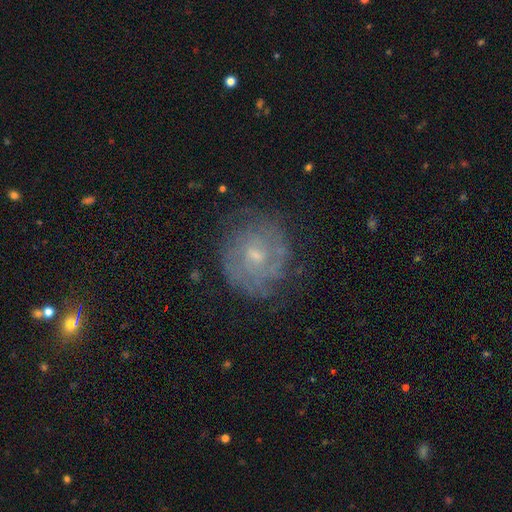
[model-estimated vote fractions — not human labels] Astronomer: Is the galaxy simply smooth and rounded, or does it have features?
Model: featured or disk — 69%.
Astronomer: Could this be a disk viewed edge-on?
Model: no — 97%.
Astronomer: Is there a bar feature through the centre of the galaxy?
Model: no — 62%.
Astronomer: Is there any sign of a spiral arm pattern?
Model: yes — 84%.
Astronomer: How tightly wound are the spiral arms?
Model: tight — 62%.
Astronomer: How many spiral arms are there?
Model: can't tell — 47% (runner-up: 2, 27%).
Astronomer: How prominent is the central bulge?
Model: small — 55% (runner-up: moderate, 39%).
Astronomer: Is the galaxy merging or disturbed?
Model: none — 74%.